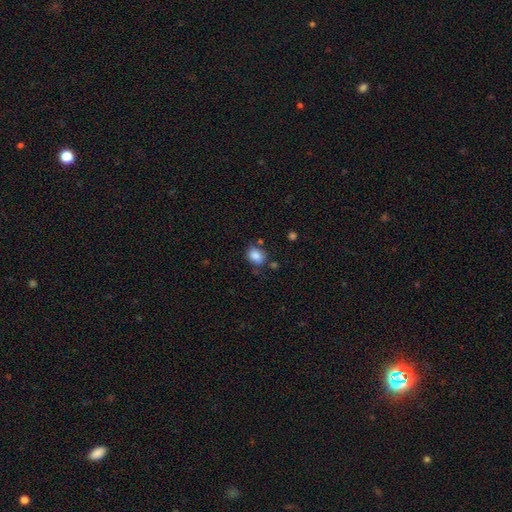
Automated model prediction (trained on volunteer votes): Smooth or featured?
  - smooth: 85% *
  - star or artifact: 9%
  - featured or disk: 5%
How rounded?
  - in between: 51% *
  - round: 48%
  - cigar-shaped: 1%
Merging?
  - none: 72% *
  - minor disturbance: 17%
  - merger: 6%
  - major disturbance: 5%